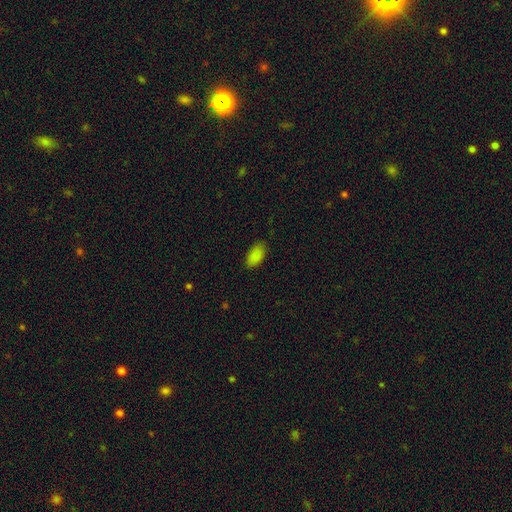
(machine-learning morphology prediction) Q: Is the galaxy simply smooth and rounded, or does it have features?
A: smooth — 84%.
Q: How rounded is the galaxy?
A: in between — 93%.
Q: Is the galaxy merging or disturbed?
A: none — 85%.